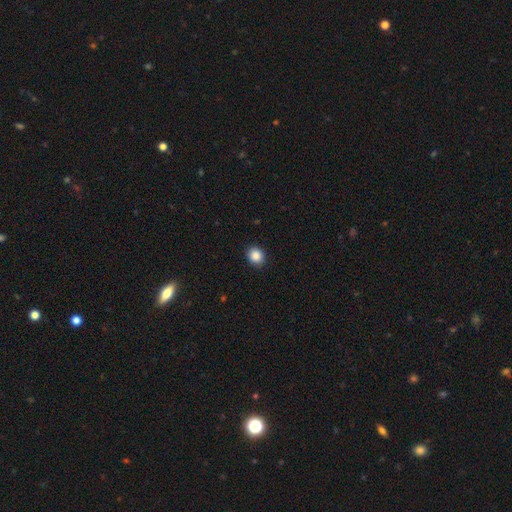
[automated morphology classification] Smooth or featured? smooth (87%)
How rounded? round (71%)
Merging? none (90%)